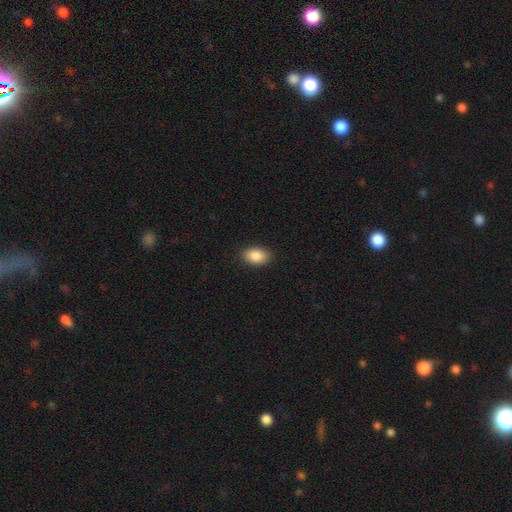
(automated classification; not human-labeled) Smooth or featured: smooth — 89% (star or artifact — 7%)
How rounded: in between — 88% (round — 11%)
Merging: none — 89% (minor disturbance — 8%)